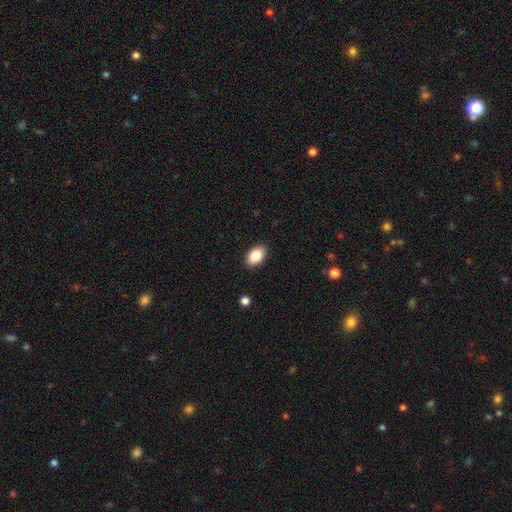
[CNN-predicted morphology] This is clearly a smooth galaxy (86%). How rounded: clearly in between (91%). Merging: clearly none (89%).